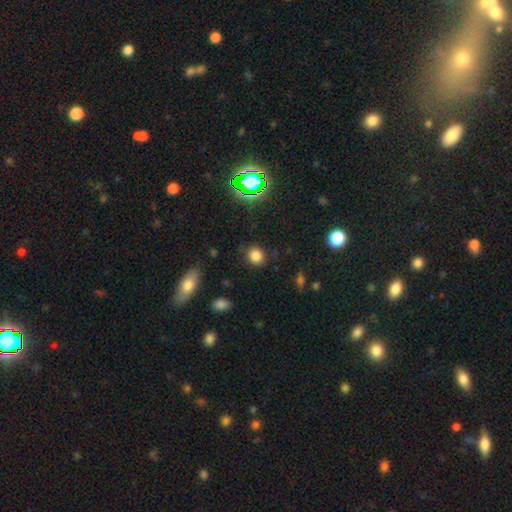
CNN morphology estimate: smooth 79%, star or artifact 15%, featured or disk 6%. Down the decision tree: how rounded — round (79%); merging — none (82%).